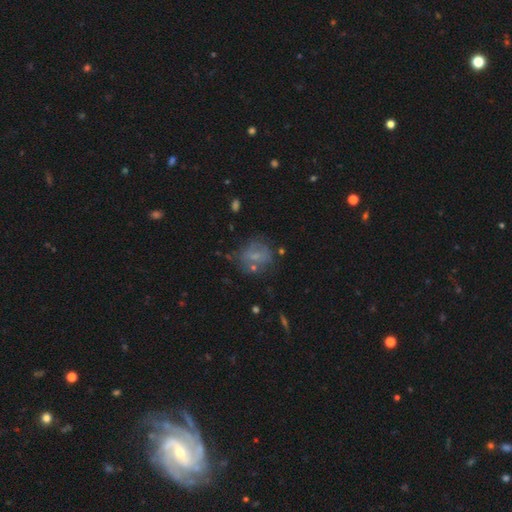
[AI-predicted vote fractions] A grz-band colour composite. It shows a smooth galaxy with no disk features (49%). Merging: none (59%).